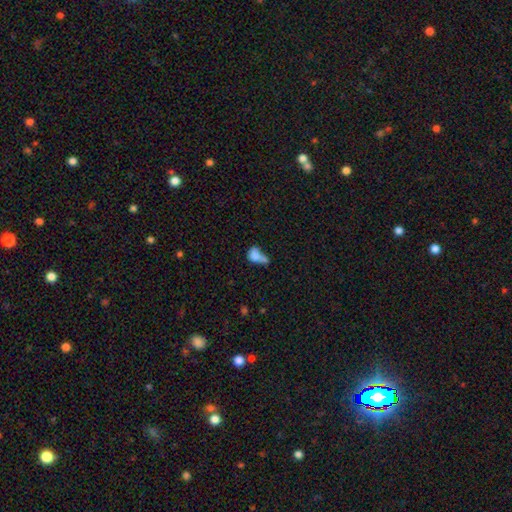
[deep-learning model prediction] Q: Smooth or featured?
A: smooth (72%); runner-up: featured or disk (17%)
Q: How rounded?
A: in between (71%); runner-up: round (24%)
Q: Merging?
A: merger (51%); runner-up: none (19%)